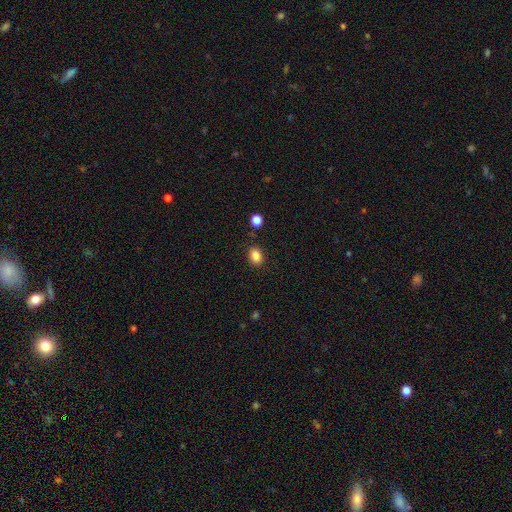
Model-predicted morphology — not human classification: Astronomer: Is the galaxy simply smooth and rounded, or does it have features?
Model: smooth — 85%.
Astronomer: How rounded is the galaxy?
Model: in between — 72%.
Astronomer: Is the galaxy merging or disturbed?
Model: none — 85%.